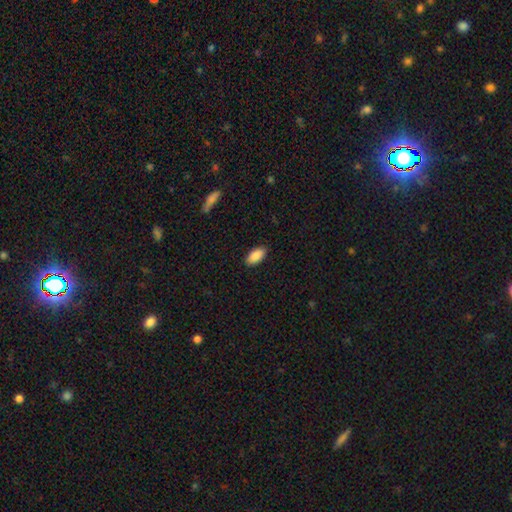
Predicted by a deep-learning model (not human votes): This is clearly a smooth galaxy (89%). How rounded: clearly in between (94%). Merging: clearly none (89%).